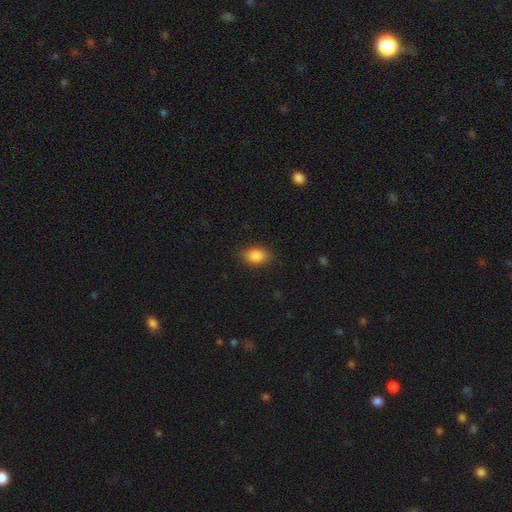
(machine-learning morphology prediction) Smooth or featured: smooth — 85% (star or artifact — 8%)
How rounded: in between — 78% (round — 20%)
Merging: none — 85% (minor disturbance — 12%)